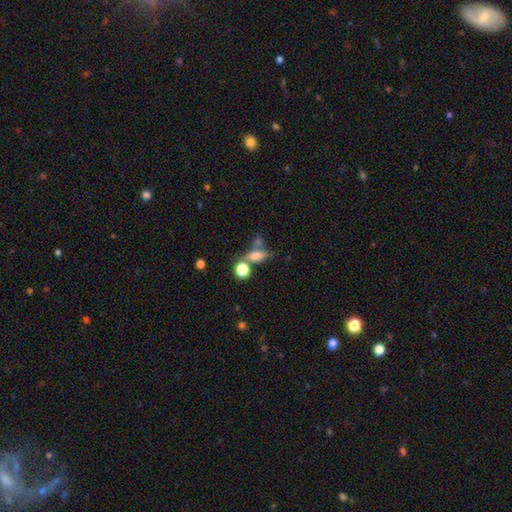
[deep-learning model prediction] A smooth galaxy with no disk features (73%) that is in between round and cigar-shaped (69%).

Vote fractions:
- Smooth or featured? smooth: 73% / featured or disk: 14% / star or artifact: 13%
- How rounded? in between: 69% / round: 18% / cigar-shaped: 13%
- Merging? none: 46% / merger: 30% / minor disturbance: 15% / major disturbance: 9%